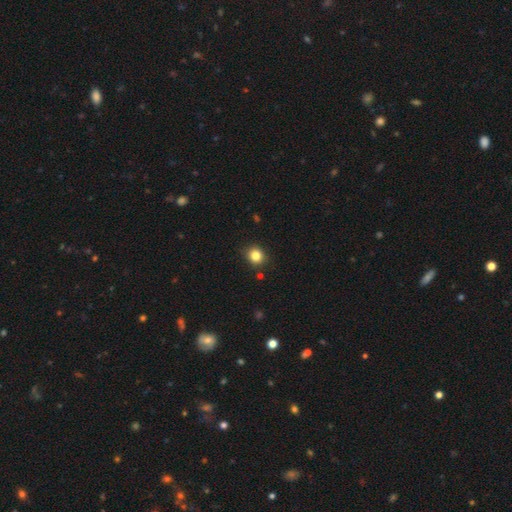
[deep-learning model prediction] Smooth or featured? smooth (83%)
How rounded? round (80%)
Merging? none (87%)